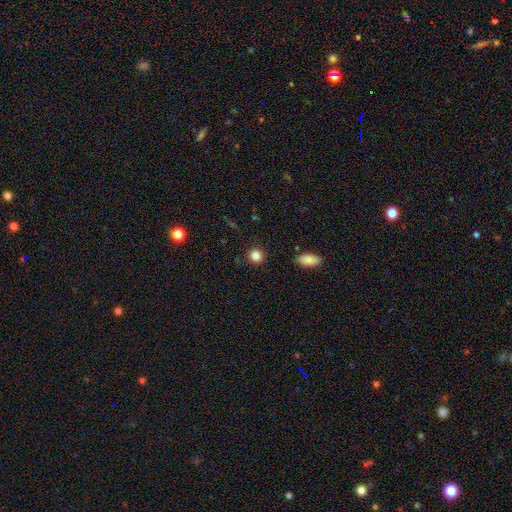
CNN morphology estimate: Q: Smooth or featured?
A: smooth (85%); runner-up: star or artifact (11%)
Q: How rounded?
A: round (86%); runner-up: in between (13%)
Q: Merging?
A: none (89%); runner-up: minor disturbance (8%)